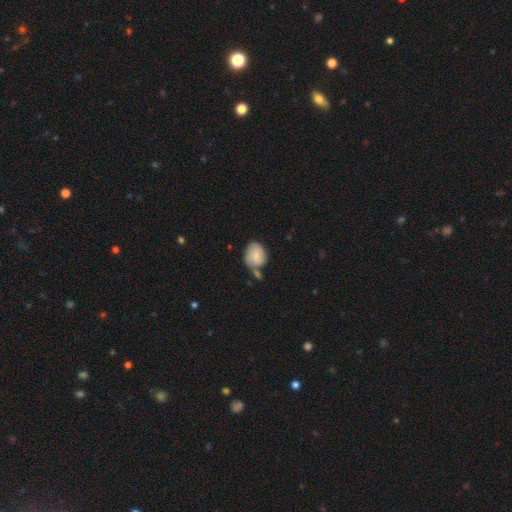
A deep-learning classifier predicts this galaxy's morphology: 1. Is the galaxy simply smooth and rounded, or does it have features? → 60% smooth, 33% featured or disk, 7% star or artifact.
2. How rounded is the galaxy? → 59% in between, 40% round, 1% cigar-shaped.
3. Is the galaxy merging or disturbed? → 36% none, 27% merger, 24% minor disturbance, 12% major disturbance.